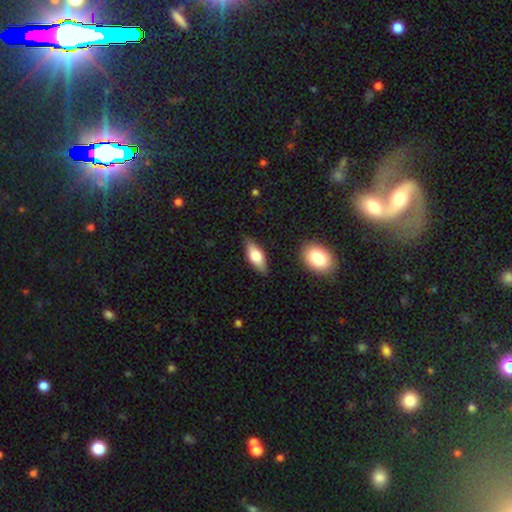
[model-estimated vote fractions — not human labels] Smooth or featured: smooth — 60% (featured or disk — 34%)
How rounded: in between — 73% (cigar-shaped — 24%)
Merging: none — 83% (minor disturbance — 12%)